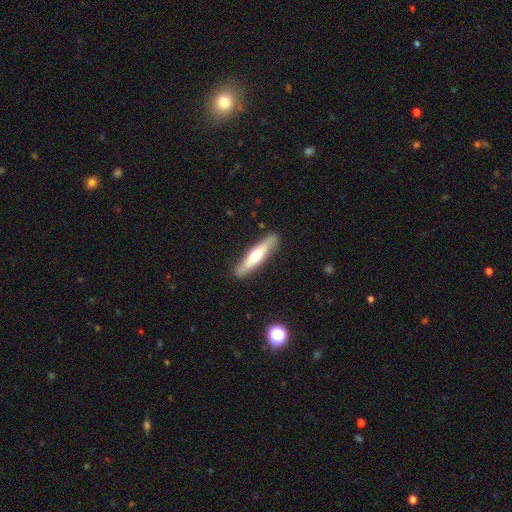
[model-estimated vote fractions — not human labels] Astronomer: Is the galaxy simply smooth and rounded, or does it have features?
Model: featured or disk — 48% (runner-up: smooth, 47%).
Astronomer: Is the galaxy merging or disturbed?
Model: none — 86%.